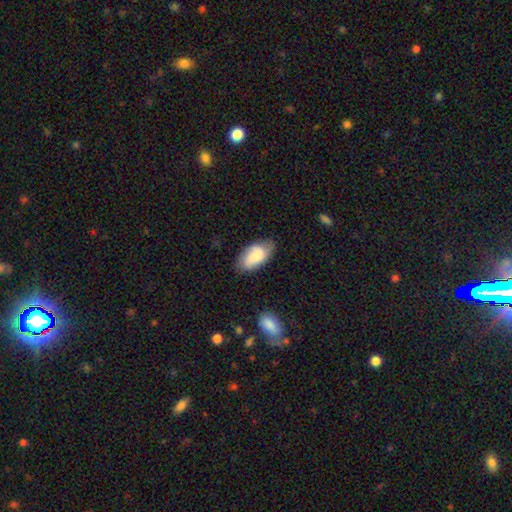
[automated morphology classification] Smooth or featured? smooth (71%)
How rounded? in between (94%)
Merging? none (70%)